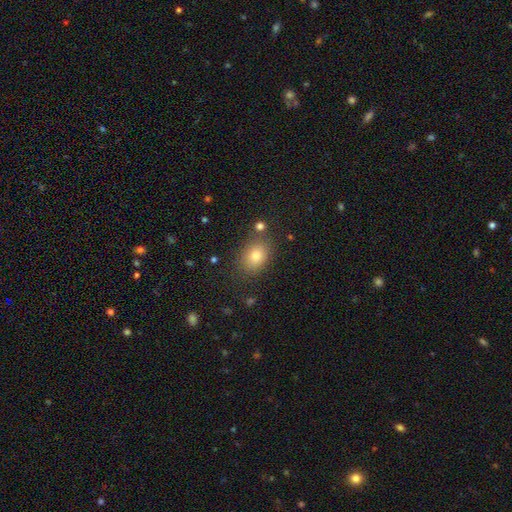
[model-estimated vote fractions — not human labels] Smooth or featured: smooth — 79% (star or artifact — 12%)
How rounded: in between — 70% (round — 29%)
Merging: none — 79% (minor disturbance — 12%)